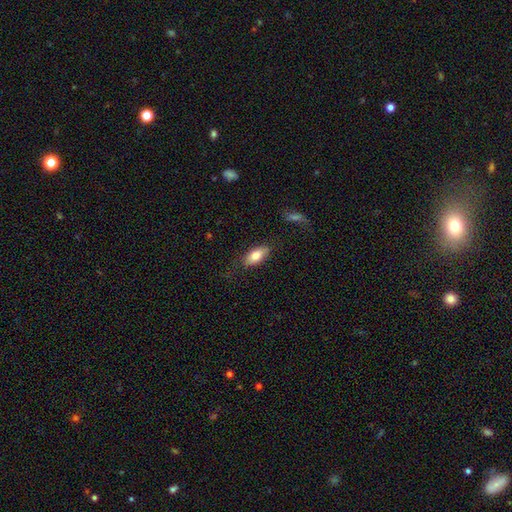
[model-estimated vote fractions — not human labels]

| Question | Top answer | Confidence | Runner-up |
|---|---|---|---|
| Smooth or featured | smooth | 77% | featured or disk (17%) |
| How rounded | in between | 87% | cigar-shaped (10%) |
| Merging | none | 78% | minor disturbance (15%) |